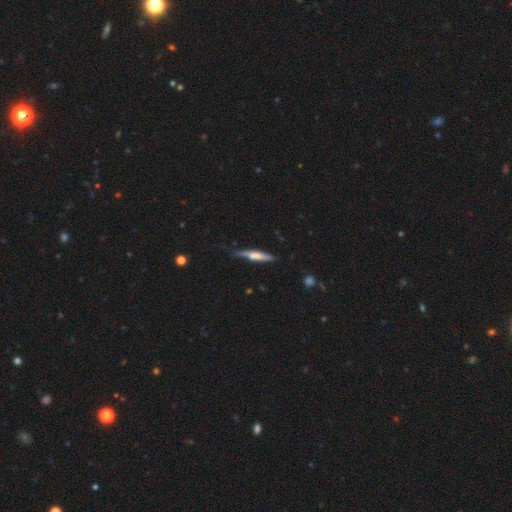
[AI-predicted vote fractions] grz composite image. It shows a featured or disk galaxy (49%). Merging: none (63%).